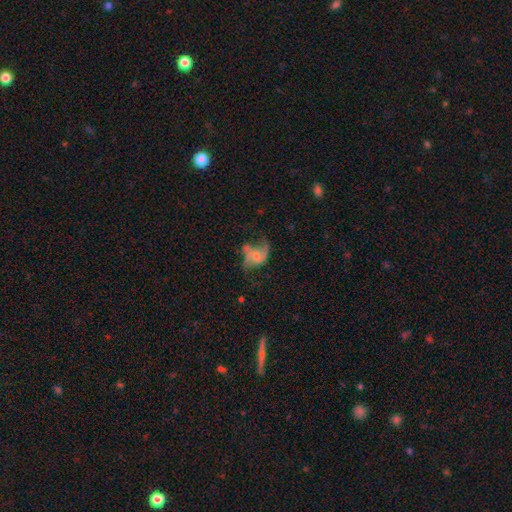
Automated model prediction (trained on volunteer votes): Smooth or featured?
  - featured or disk: 72% *
  - smooth: 20%
  - star or artifact: 9%
Edge-on disk?
  - no: 98% *
  - yes: 2%
Bar?
  - no: 60% *
  - weak: 33%
  - strong: 7%
Spiral arms?
  - yes: 86% *
  - no: 14%
Spiral winding?
  - loose: 62% *
  - medium: 31%
  - tight: 7%
Spiral arm count?
  - 2: 75% *
  - can't tell: 8%
  - 1: 8%
  - 3: 6%
  - 4: 2%
  - more than 4: 2%
Bulge size?
  - small: 51% *
  - moderate: 30%
  - none: 15%
  - large: 3%
  - dominant: 1%
Merging?
  - none: 39% *
  - major disturbance: 32%
  - minor disturbance: 22%
  - merger: 6%